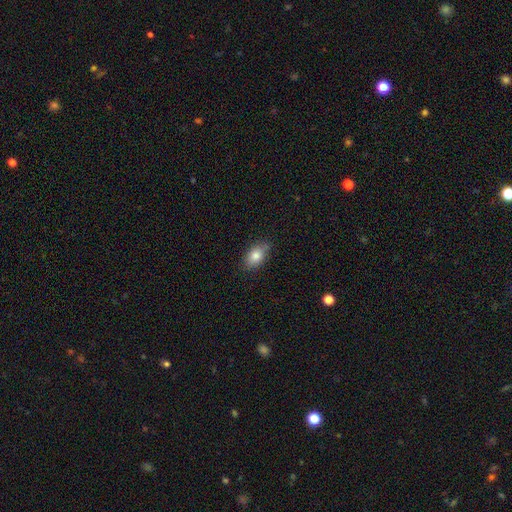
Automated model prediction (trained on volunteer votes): Smooth or featured?
  - smooth: 82% *
  - featured or disk: 10%
  - star or artifact: 8%
How rounded?
  - in between: 87% *
  - round: 11%
  - cigar-shaped: 2%
Merging?
  - none: 79% *
  - minor disturbance: 17%
  - major disturbance: 3%
  - merger: 2%